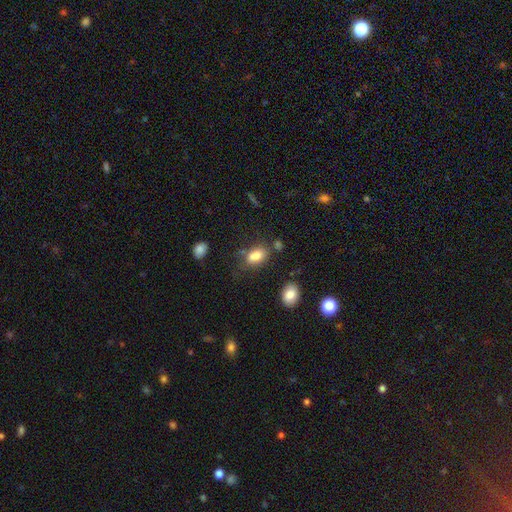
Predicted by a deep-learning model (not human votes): Overall: smooth (81%). How rounded: in between (85%). Merging: none (57%; minor disturbance 21%).